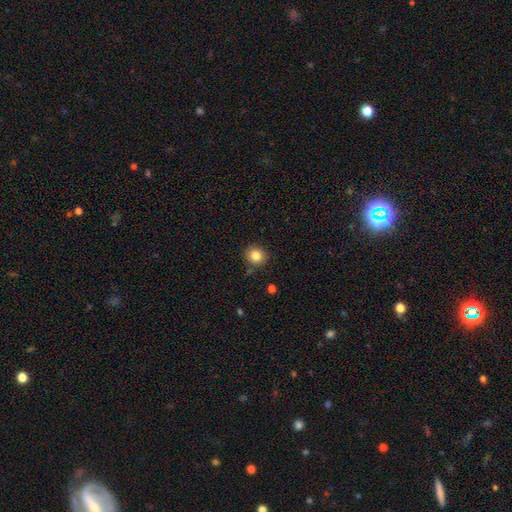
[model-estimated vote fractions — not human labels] smooth-or-featured: smooth: 83% | star or artifact: 11% | featured or disk: 6%
  how-rounded: round: 88% | in between: 11% | cigar-shaped: 1%
  merging: none: 87% | minor disturbance: 8% | merger: 3% | major disturbance: 2%